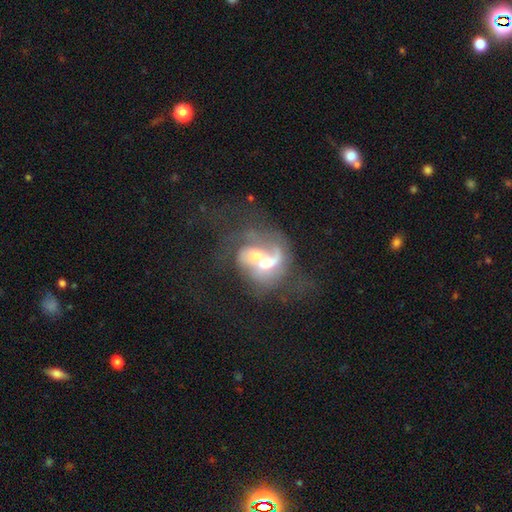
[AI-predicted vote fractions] This is likely a featured or disk galaxy (70%). It is clearly not viewed edge-on (97%). Bar: likely no (61%). Spiral arm pattern: likely yes (68%). Central bulge: possibly moderate (53%). Merging: likely merger (62%).